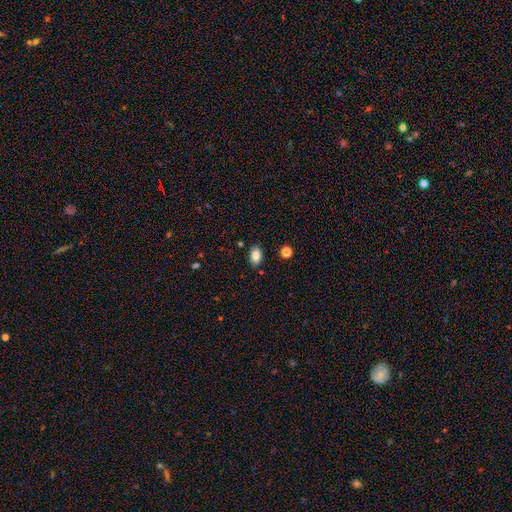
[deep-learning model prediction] smooth_or_featured: smooth (p=0.85) [alt: star or artifact p=0.09]
how_rounded: in between (p=0.89) [alt: round p=0.10]
merging: none (p=0.85) [alt: minor disturbance p=0.10]